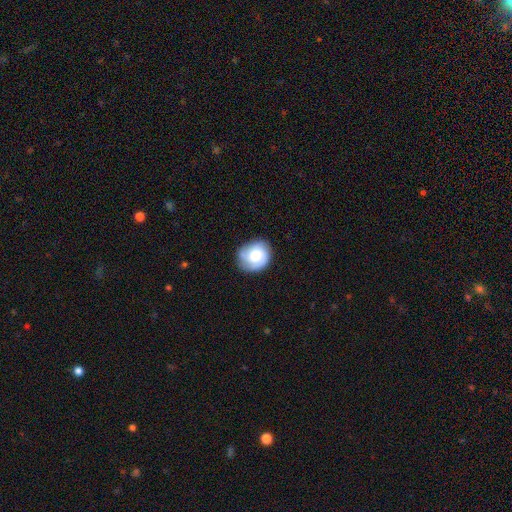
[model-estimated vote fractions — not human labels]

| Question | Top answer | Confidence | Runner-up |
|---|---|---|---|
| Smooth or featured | featured or disk | 49% | smooth (43%) |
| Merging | none | 75% | minor disturbance (18%) |